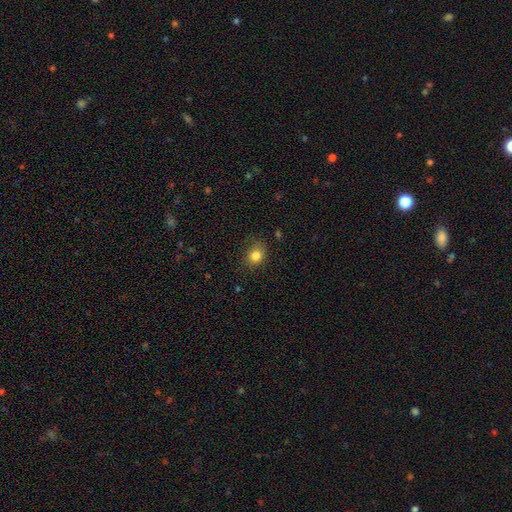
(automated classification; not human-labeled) This is clearly a smooth galaxy (82%). How rounded: likely round (62%). Merging: likely none (77%).